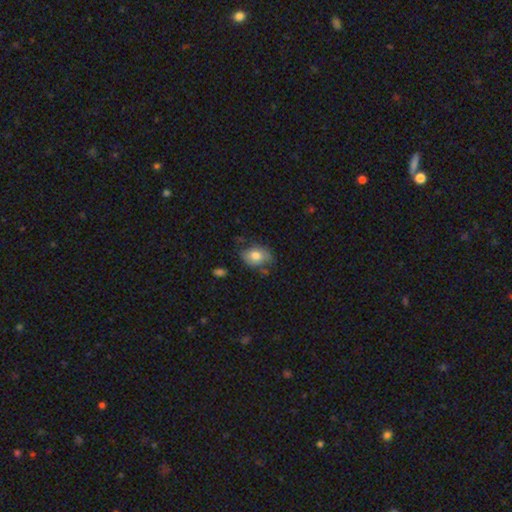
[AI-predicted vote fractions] Morphology: type=smooth (74%); roundness=in between (73%); merging=none (61%).